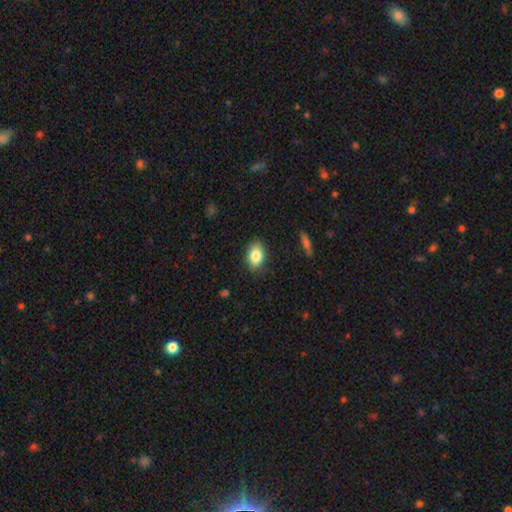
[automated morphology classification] smooth 84%, featured or disk 9%, star or artifact 8%. Down the decision tree: how rounded — in between (85%); merging — none (84%).